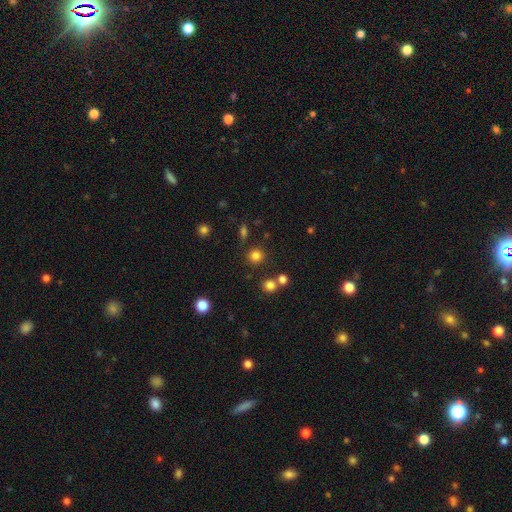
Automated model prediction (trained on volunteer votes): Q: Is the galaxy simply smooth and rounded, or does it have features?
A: smooth — 79%.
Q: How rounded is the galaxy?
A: round — 91%.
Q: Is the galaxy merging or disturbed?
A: none — 83%.